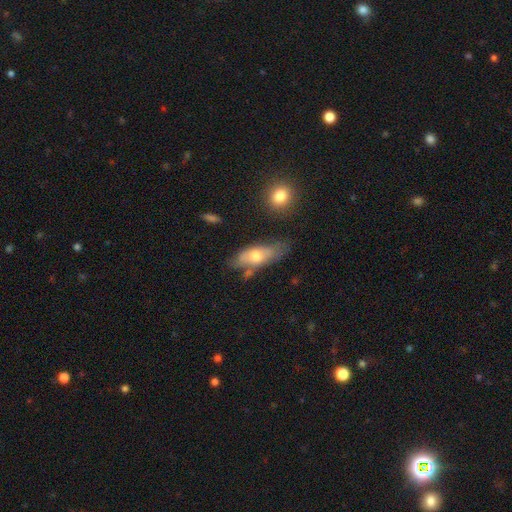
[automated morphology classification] Smooth or featured? smooth (56%)
How rounded? in between (73%)
Merging? none (51%)